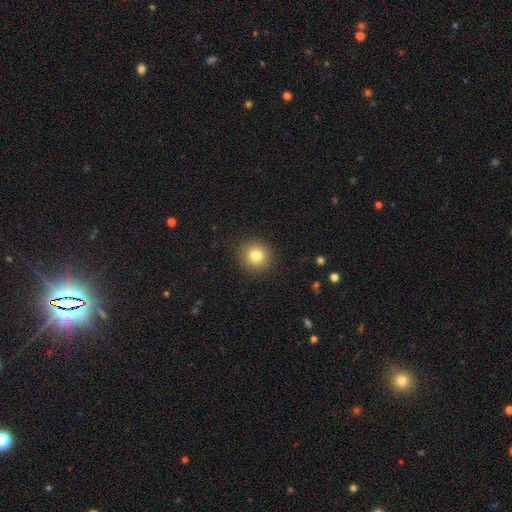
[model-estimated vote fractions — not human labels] This is clearly a smooth galaxy (81%). How rounded: clearly round (92%). Merging: clearly none (91%).